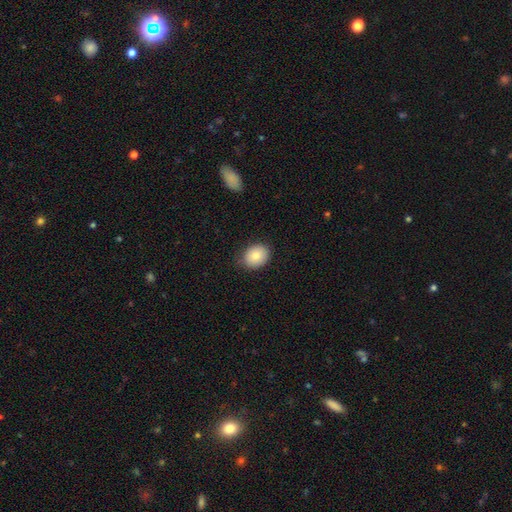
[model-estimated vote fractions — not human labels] Morphology: type=smooth (83%); roundness=in between (52%); merging=none (83%).